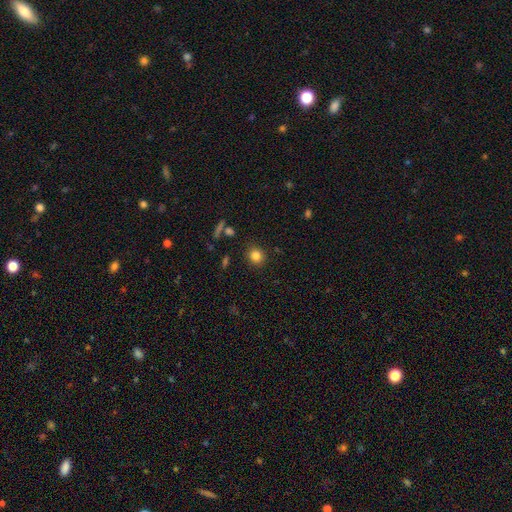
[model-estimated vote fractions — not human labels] A smooth galaxy with no disk features (82%) that is round (84%).

Vote fractions:
- Smooth or featured? smooth: 82% / star or artifact: 12% / featured or disk: 6%
- How rounded? round: 84% / in between: 15% / cigar-shaped: 1%
- Merging? none: 88% / minor disturbance: 7% / major disturbance: 2% / merger: 2%